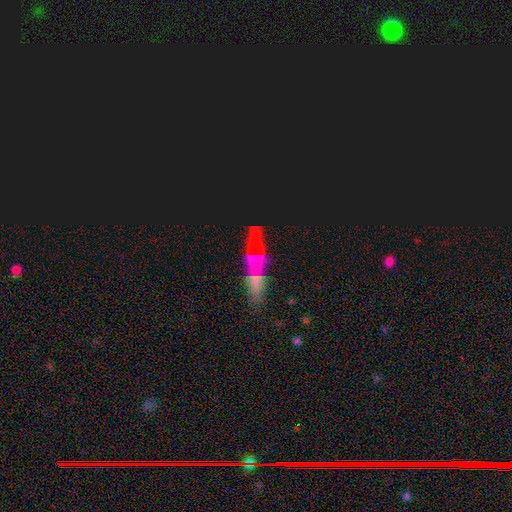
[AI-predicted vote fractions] smooth-or-featured: star or artifact: 39% | smooth: 33% | featured or disk: 28%